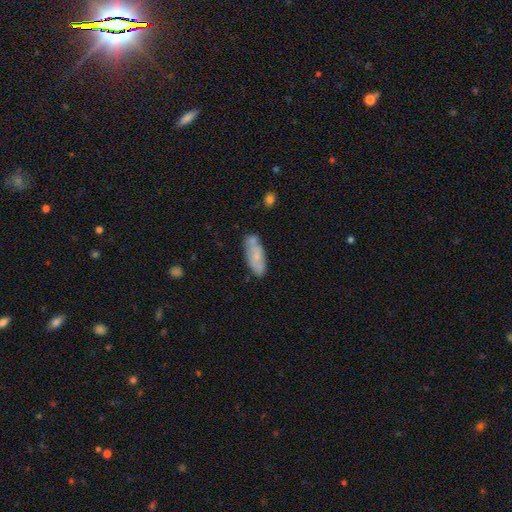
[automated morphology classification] Q: Smooth or featured?
A: smooth (66%); runner-up: featured or disk (27%)
Q: How rounded?
A: in between (72%); runner-up: cigar-shaped (26%)
Q: Merging?
A: none (61%); runner-up: minor disturbance (22%)